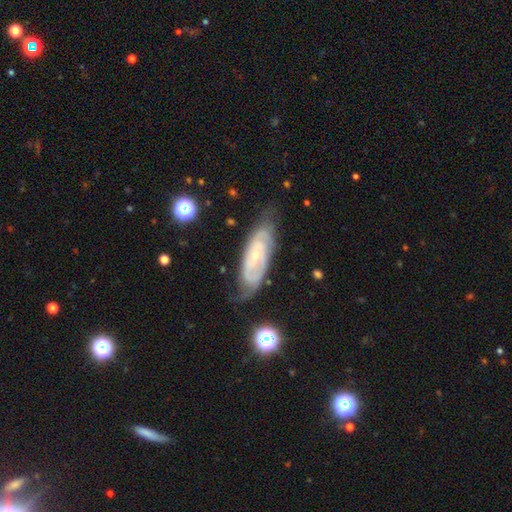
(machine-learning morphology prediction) This is likely a featured or disk galaxy (80%). It is clearly not viewed edge-on (89%). Bar: likely no (61%). Spiral arm pattern: clearly yes (91%). Spiral arm count: possibly 2 (46%). Spiral winding: likely tight (63%). Central bulge: likely small (74%). Merging: likely none (67%).